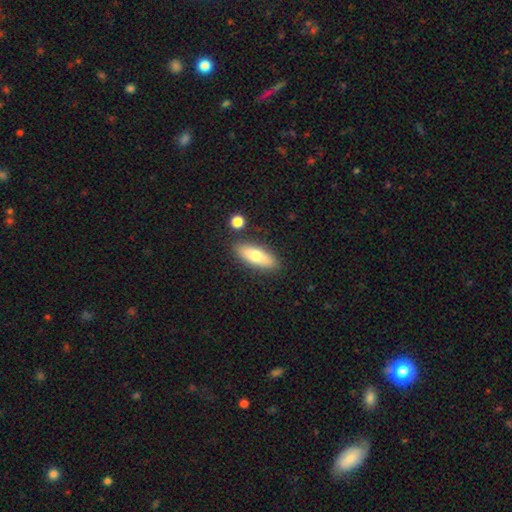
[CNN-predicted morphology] Smooth or featured?
  - smooth: 70% *
  - featured or disk: 23%
  - star or artifact: 6%
How rounded?
  - in between: 63% *
  - cigar-shaped: 34%
  - round: 3%
Merging?
  - none: 84% *
  - minor disturbance: 10%
  - merger: 4%
  - major disturbance: 2%